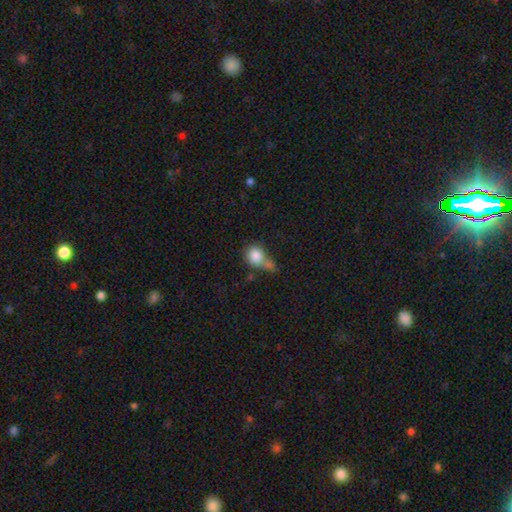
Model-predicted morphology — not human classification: smooth-or-featured: smooth: 82% | star or artifact: 9% | featured or disk: 9%
  how-rounded: round: 74% | in between: 24% | cigar-shaped: 1%
  merging: merger: 39% | none: 34% | minor disturbance: 17% | major disturbance: 10%